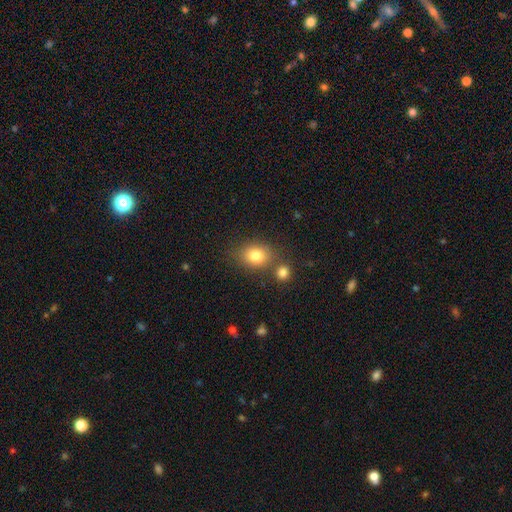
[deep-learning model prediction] Overall: smooth (81%). How rounded: in between (54%; round 45%). Merging: none (67%).